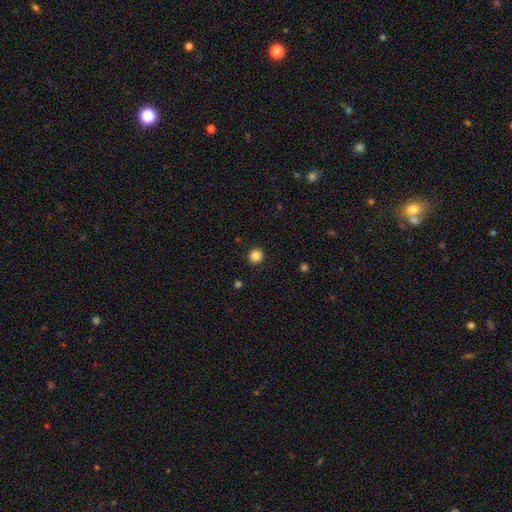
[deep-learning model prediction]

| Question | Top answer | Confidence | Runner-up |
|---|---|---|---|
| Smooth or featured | smooth | 85% | star or artifact (11%) |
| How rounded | round | 93% | in between (6%) |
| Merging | none | 92% | minor disturbance (5%) |